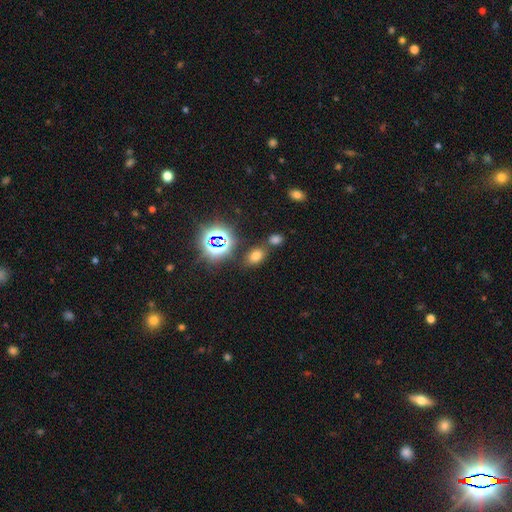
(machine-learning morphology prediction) The model was most divided on "smooth or featured": smooth: 63%, star or artifact: 30%, featured or disk: 8%. More confident: how rounded — in between (83%); merging — none (70%).